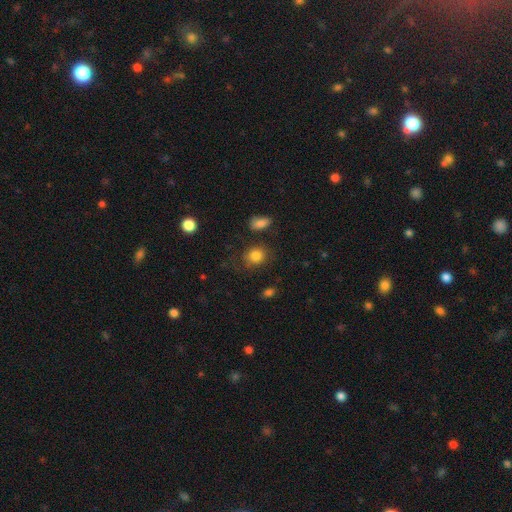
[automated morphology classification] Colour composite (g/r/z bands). It shows a smooth galaxy with no disk features (83%) that is round (73%). Merging: none (73%).